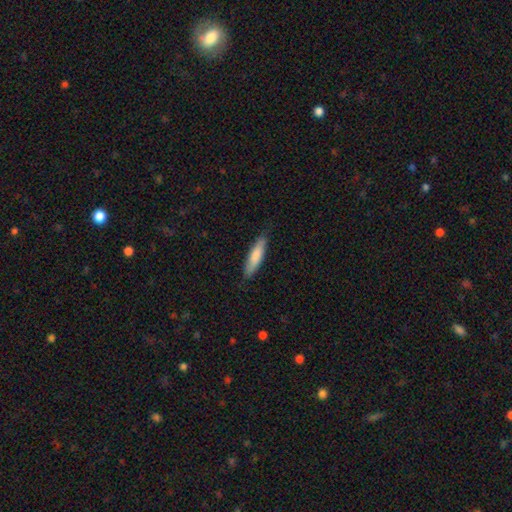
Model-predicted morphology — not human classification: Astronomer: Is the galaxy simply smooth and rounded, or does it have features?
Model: smooth — 79%.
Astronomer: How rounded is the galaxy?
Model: cigar-shaped — 75%.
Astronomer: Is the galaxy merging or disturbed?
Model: none — 83%.